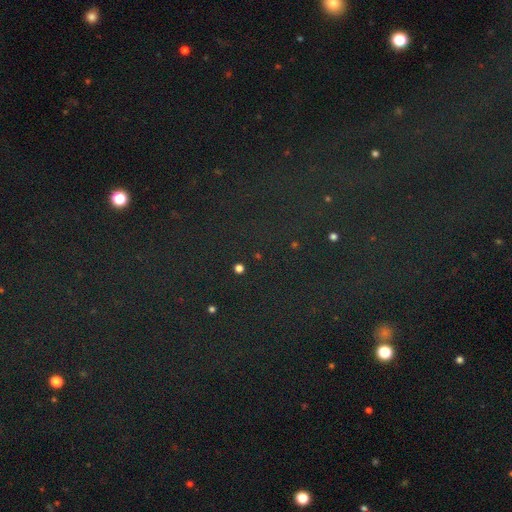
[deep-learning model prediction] A star or artifact, not a galaxy (82%).

Vote fractions:
- Smooth or featured? star or artifact: 82% / smooth: 11% / featured or disk: 7%